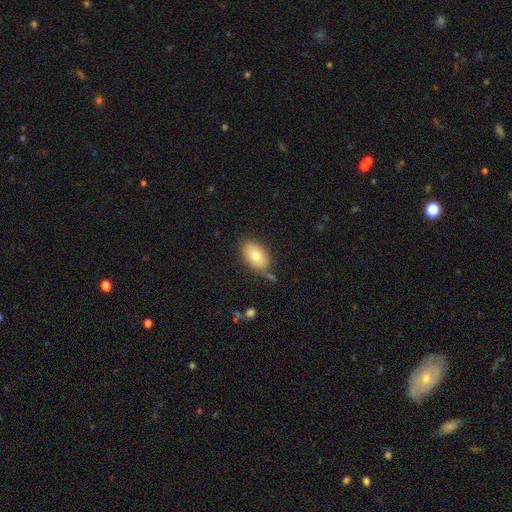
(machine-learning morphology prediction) Smooth or featured? Predicted: smooth (p=0.78). How rounded? Predicted: in between (p=0.91). Merging? Predicted: none (p=0.70).